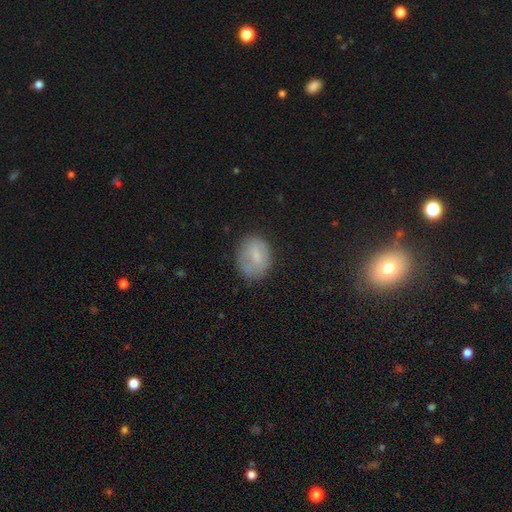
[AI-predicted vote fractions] Overall: smooth (65%; featured or disk 26%). How rounded: in between (55%; round 44%). Merging: none (73%).